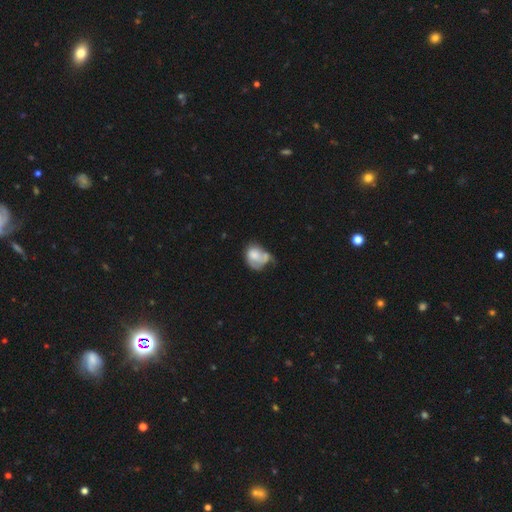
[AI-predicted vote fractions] Morphology: type=smooth (60%); roundness=in between (50%); merging=merger (27%).